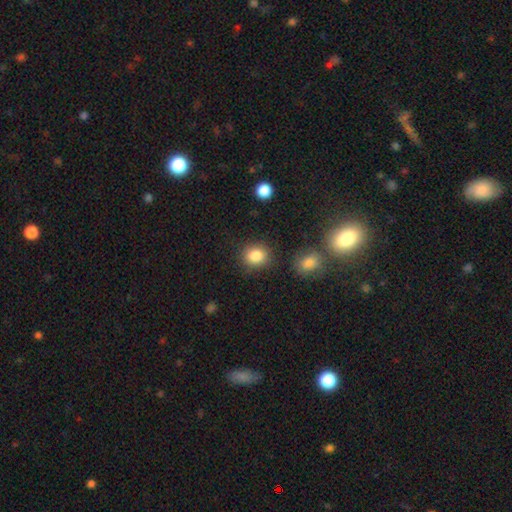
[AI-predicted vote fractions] This is clearly a smooth galaxy (85%). How rounded: likely round (74%). Merging: clearly none (83%).